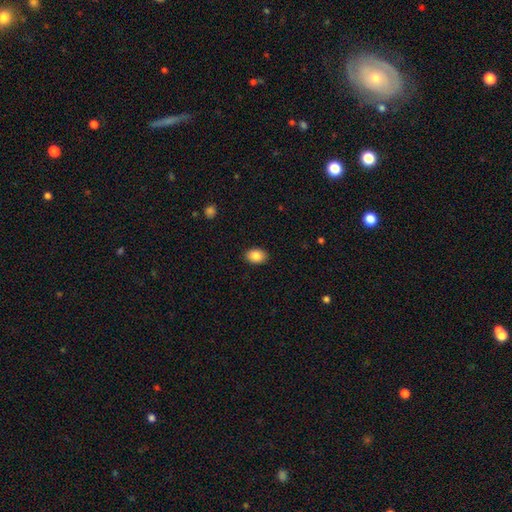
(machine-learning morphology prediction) Q: Smooth or featured?
A: smooth (87%); runner-up: star or artifact (8%)
Q: How rounded?
A: in between (79%); runner-up: round (20%)
Q: Merging?
A: none (90%); runner-up: minor disturbance (8%)